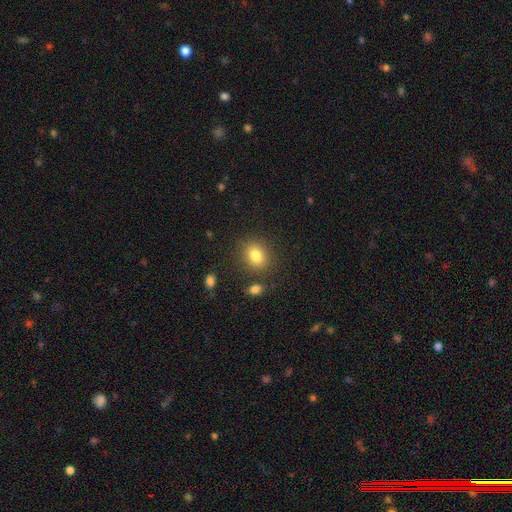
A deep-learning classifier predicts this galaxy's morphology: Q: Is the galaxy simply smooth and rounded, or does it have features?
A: smooth — 82%.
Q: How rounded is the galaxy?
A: round — 54%.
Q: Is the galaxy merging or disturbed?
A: none — 83%.